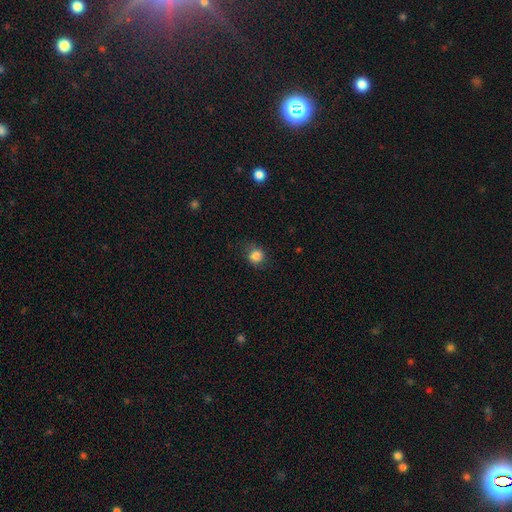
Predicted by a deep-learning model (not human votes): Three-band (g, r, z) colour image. It shows a smooth galaxy with no disk features (85%) that is round (82%). Merging: none (75%).